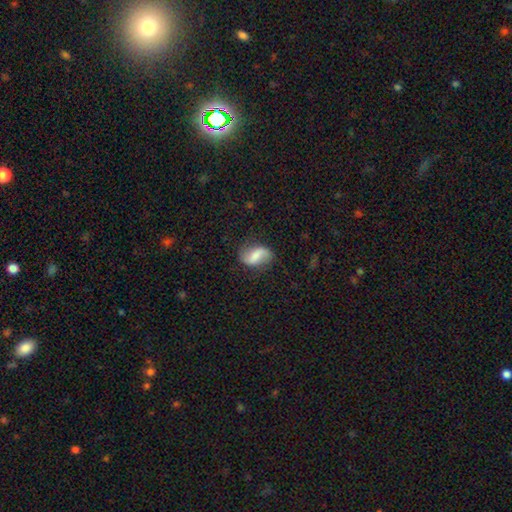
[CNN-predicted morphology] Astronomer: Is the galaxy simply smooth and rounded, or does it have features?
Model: featured or disk — 51% (runner-up: smooth, 40%).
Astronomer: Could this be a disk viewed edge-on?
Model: no — 96%.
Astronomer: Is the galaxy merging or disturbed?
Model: none — 71%.